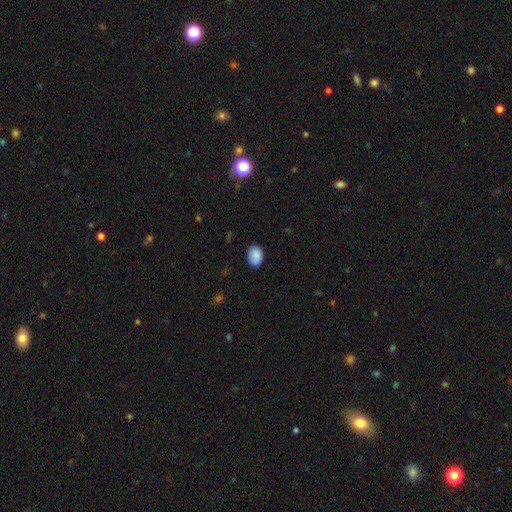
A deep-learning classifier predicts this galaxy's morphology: This appears to be a smooth galaxy with no disk features (89%) that is in between round and cigar-shaped (71%). Merging: none (84%).